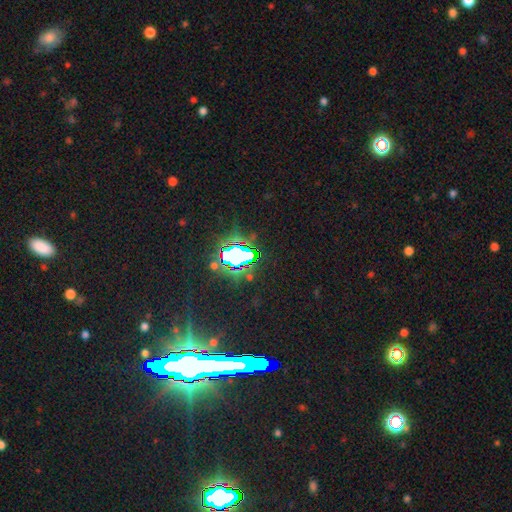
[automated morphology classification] Smooth or featured?
  - star or artifact: 82% *
  - smooth: 9%
  - featured or disk: 9%